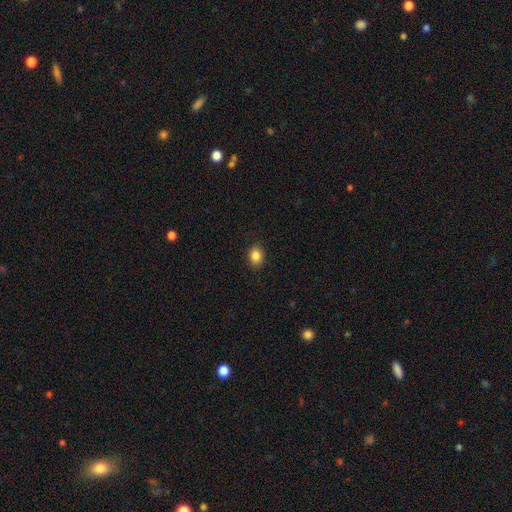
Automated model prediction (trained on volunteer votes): A smooth galaxy with no disk features (86%) that is in between round and cigar-shaped (55%). Merging: none (90%).